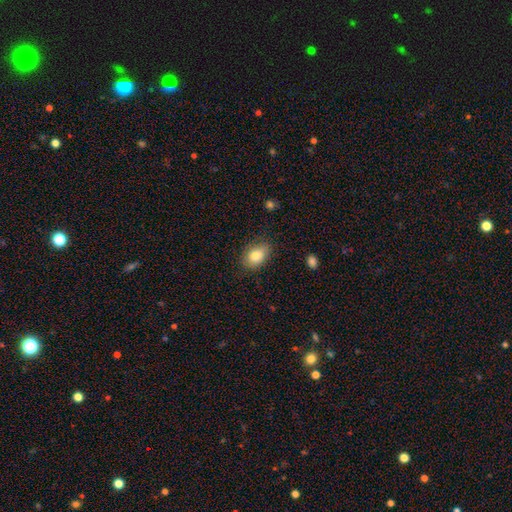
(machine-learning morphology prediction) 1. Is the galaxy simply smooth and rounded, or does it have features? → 82% smooth, 9% featured or disk, 8% star or artifact.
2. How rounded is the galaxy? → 78% in between, 21% round, 1% cigar-shaped.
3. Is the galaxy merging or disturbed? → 75% none, 20% minor disturbance, 4% major disturbance, 1% merger.